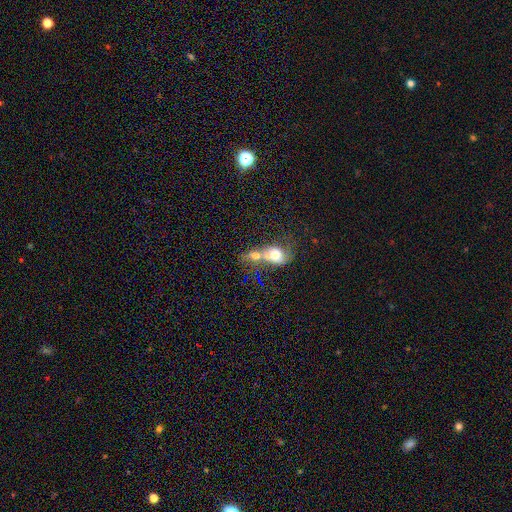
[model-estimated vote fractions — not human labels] This is possibly a smooth galaxy (59%). How rounded: possibly in between (54%). Merging: likely merger (77%).